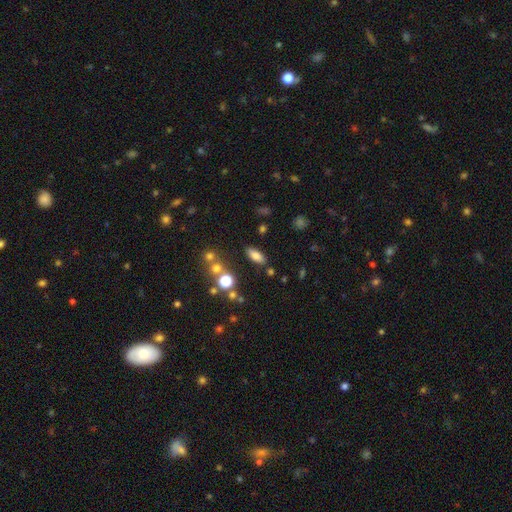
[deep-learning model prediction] smooth_or_featured: smooth (p=0.78) [alt: star or artifact p=0.11]
how_rounded: in between (p=0.81) [alt: cigar-shaped p=0.14]
merging: none (p=0.80) [alt: minor disturbance p=0.11]